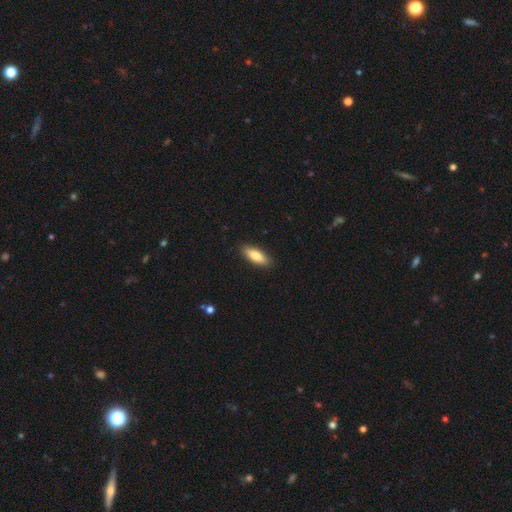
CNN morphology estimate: type=smooth (80%); roundness=in between (66%); merging=none (89%).